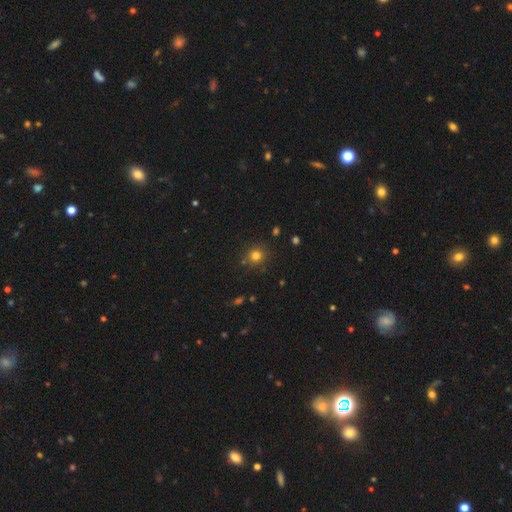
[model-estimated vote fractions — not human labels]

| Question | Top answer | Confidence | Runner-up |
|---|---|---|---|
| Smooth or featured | smooth | 79% | star or artifact (15%) |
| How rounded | round | 88% | in between (11%) |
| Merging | none | 84% | minor disturbance (9%) |